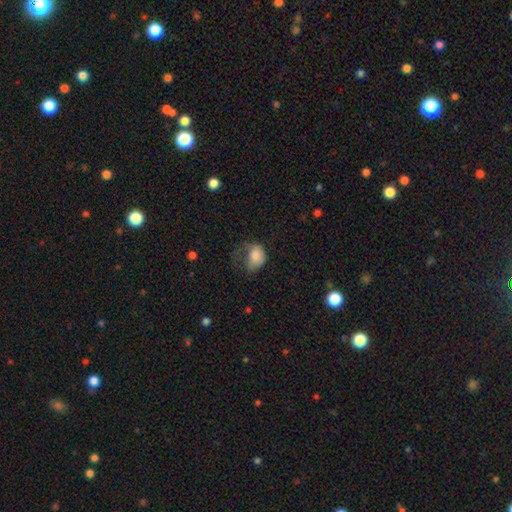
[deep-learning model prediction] Smooth or featured: smooth — 78% (featured or disk — 14%)
How rounded: in between — 66% (round — 32%)
Merging: major disturbance — 51% (minor disturbance — 26%)